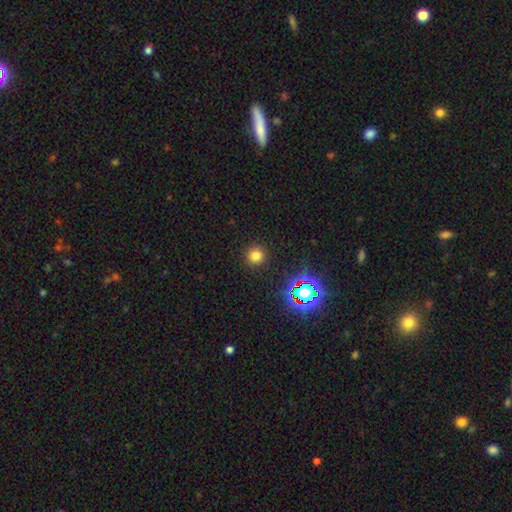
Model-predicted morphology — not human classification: Smooth or featured?
  - smooth: 75% *
  - star or artifact: 19%
  - featured or disk: 5%
How rounded?
  - round: 94% *
  - in between: 5%
  - cigar-shaped: 1%
Merging?
  - none: 91% *
  - minor disturbance: 5%
  - major disturbance: 2%
  - merger: 1%